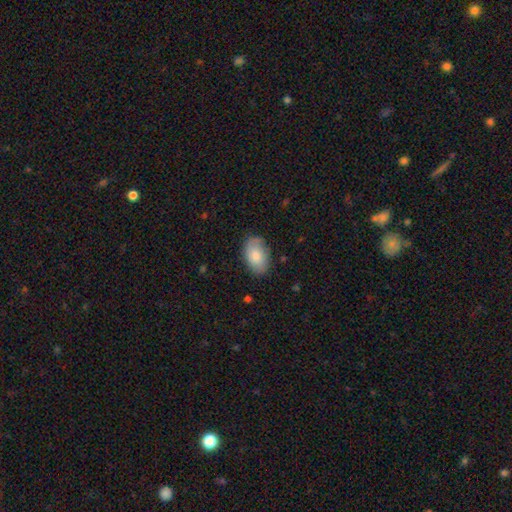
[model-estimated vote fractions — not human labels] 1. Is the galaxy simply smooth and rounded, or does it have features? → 77% smooth, 17% featured or disk, 7% star or artifact.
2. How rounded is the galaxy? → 89% in between, 9% round, 1% cigar-shaped.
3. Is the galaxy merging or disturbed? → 80% none, 16% minor disturbance, 4% major disturbance, 1% merger.